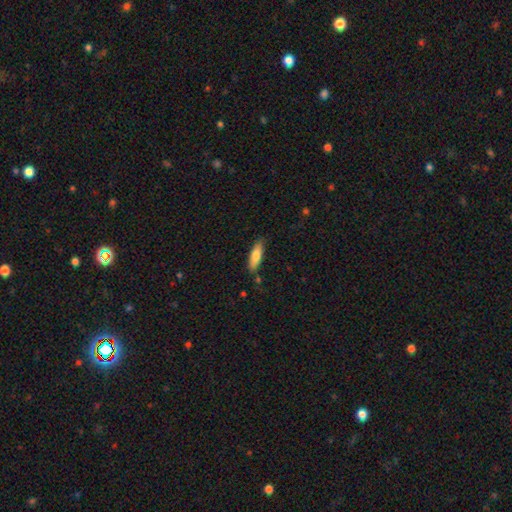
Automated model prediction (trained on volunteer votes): Smooth or featured: smooth — 78% (featured or disk — 16%)
How rounded: cigar-shaped — 53% (in between — 45%)
Merging: none — 80% (minor disturbance — 14%)